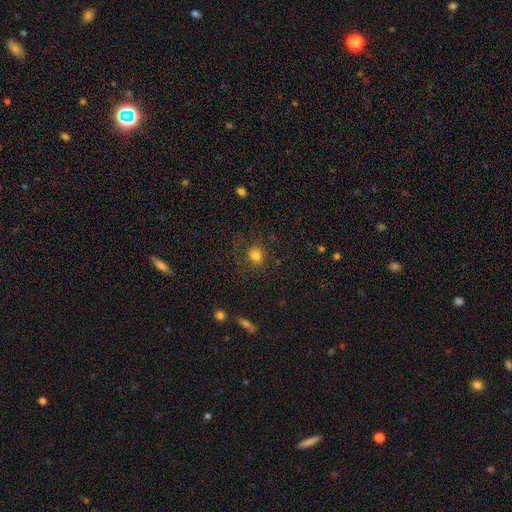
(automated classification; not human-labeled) This appears to be a smooth galaxy with no disk features (80%) that is round (76%). Merging: none (78%).